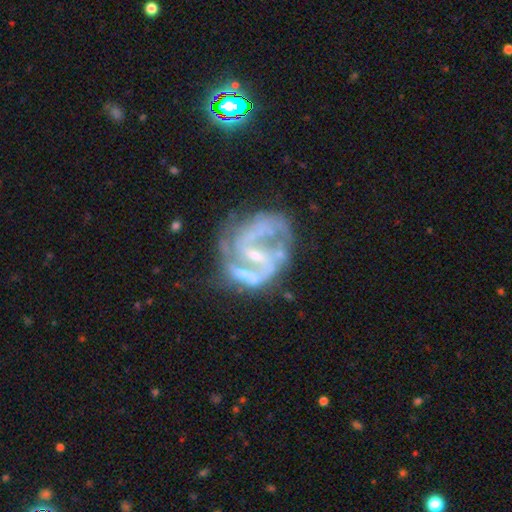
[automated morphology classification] featured or disk 86%, star or artifact 8%, smooth 7%. Down the decision tree: edge-on disk — no (98%); bar — weak (44%); spiral arms — yes (89%); spiral arm count — 2 (63%); spiral winding — medium (50%); bulge size — small (61%); merging — none (45%).